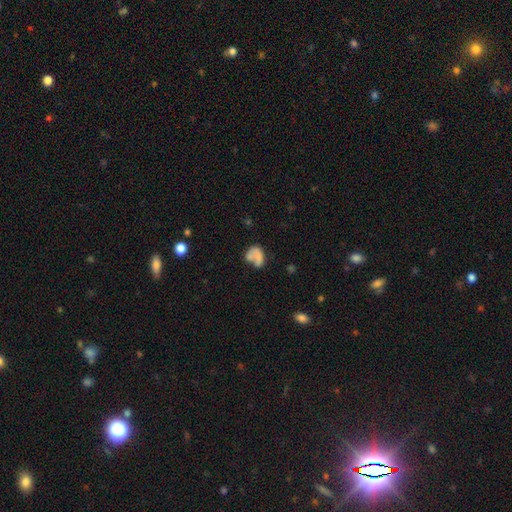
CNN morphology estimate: A smooth galaxy with no disk features (61%) that is in between round and cigar-shaped (66%).

Vote fractions:
- Smooth or featured? smooth: 61% / featured or disk: 28% / star or artifact: 11%
- How rounded? in between: 66% / round: 32% / cigar-shaped: 2%
- Merging? none: 34% / major disturbance: 28% / minor disturbance: 22% / merger: 17%